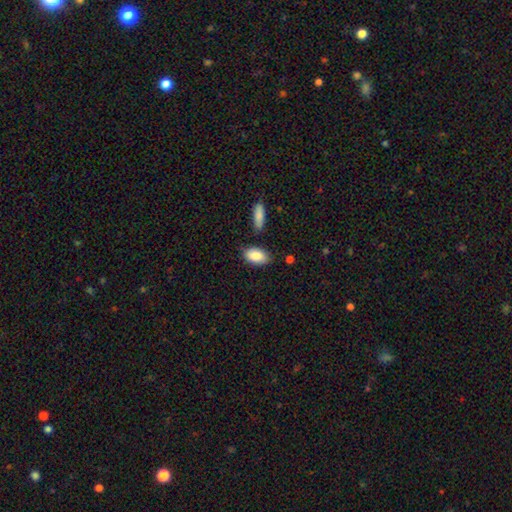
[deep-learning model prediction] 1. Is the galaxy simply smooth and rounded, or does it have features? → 87% smooth, 7% featured or disk, 6% star or artifact.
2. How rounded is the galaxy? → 92% in between, 5% round, 3% cigar-shaped.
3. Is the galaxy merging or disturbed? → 76% none, 16% minor disturbance, 5% merger, 3% major disturbance.